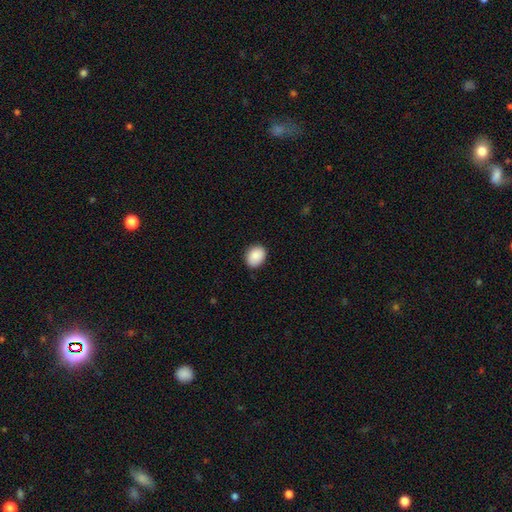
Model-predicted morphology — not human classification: Overall: smooth (89%). How rounded: in between (57%; round 42%). Merging: none (87%).